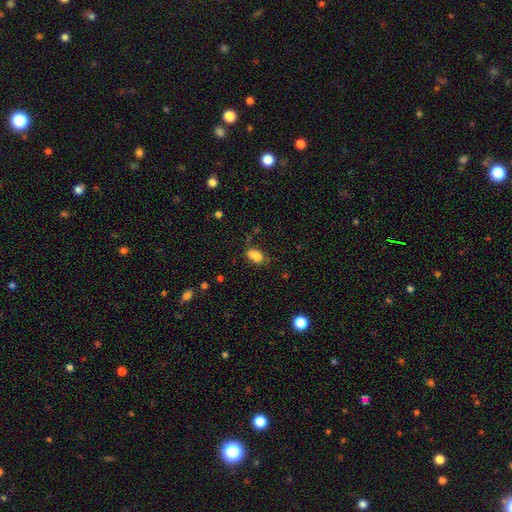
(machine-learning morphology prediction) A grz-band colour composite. It shows a smooth galaxy with no disk features (80%) that is in between round and cigar-shaped (83%). Merging: none (52%).